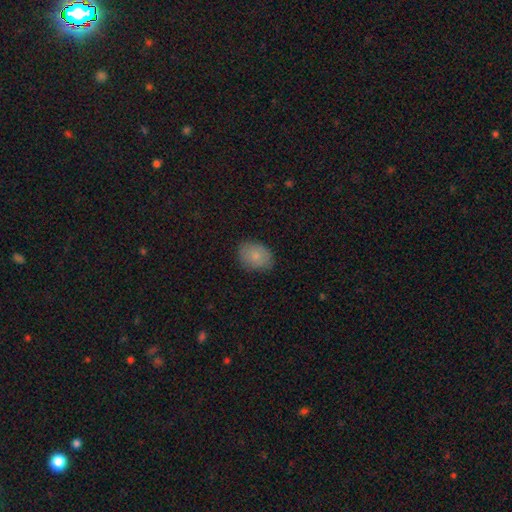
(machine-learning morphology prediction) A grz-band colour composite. It shows a smooth galaxy with no disk features (82%) that is in between round and cigar-shaped (67%). Merging: none (81%).